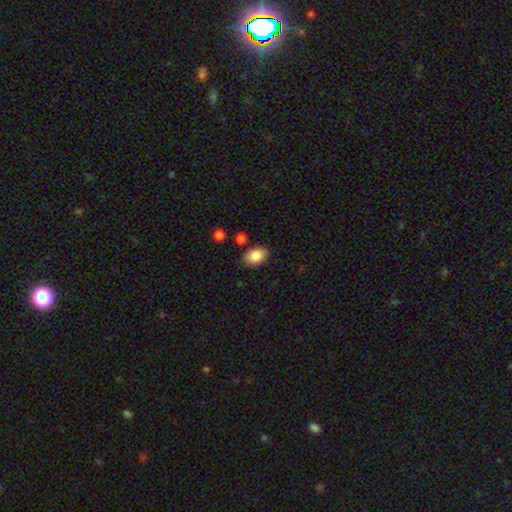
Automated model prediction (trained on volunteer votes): smooth_or_featured: smooth (p=0.87) [alt: star or artifact p=0.07]
how_rounded: in between (p=0.84) [alt: round p=0.15]
merging: none (p=0.84) [alt: minor disturbance p=0.10]